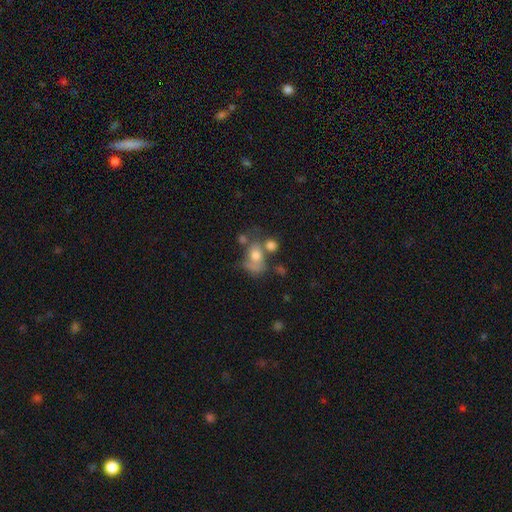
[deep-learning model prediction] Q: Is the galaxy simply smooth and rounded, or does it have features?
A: smooth — 63%.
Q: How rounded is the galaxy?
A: in between — 60%.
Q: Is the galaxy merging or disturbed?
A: merger — 33%.